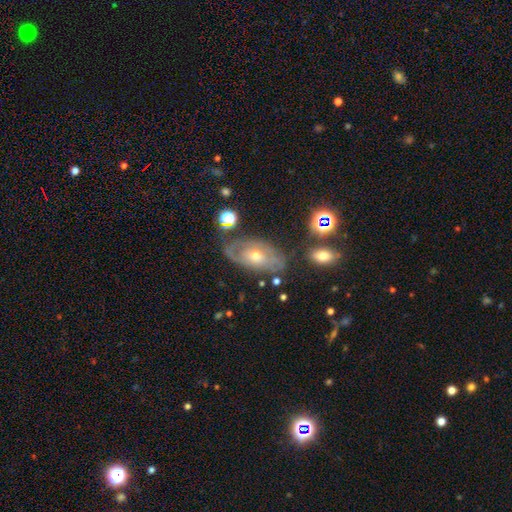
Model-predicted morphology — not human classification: Smooth or featured? Predicted: featured or disk (p=0.69). Edge-on disk? Predicted: no (p=0.91). Bar? Predicted: no (p=0.76). Spiral arms? Predicted: yes (p=0.77). Bulge size? Predicted: moderate (p=0.53). Merging? Predicted: none (p=0.64).